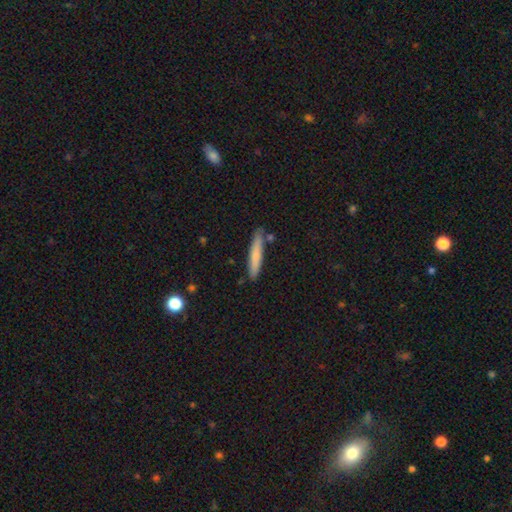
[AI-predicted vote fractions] smooth-or-featured: smooth: 69% | featured or disk: 25% | star or artifact: 6%
  how-rounded: cigar-shaped: 91% | in between: 8% | round: 1%
  merging: none: 81% | minor disturbance: 12% | merger: 4% | major disturbance: 2%